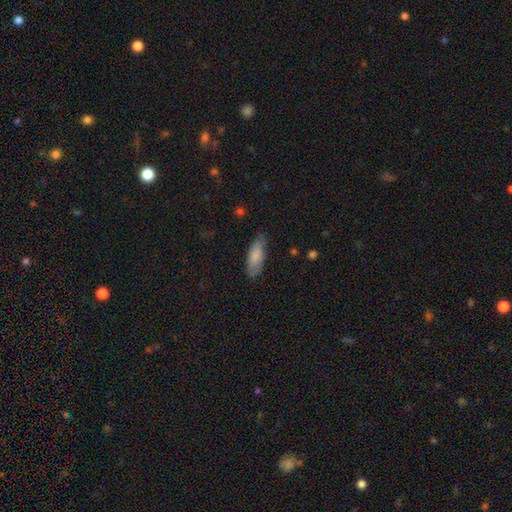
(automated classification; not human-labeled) A smooth galaxy with no disk features (84%) that is in between round and cigar-shaped (66%). Merging: none (75%).